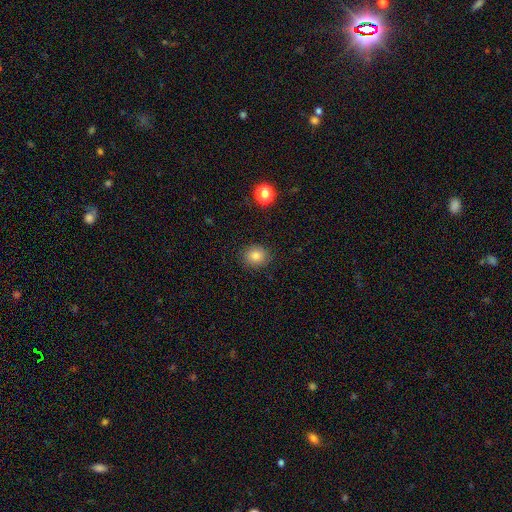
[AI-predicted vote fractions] Morphology: type=smooth (83%); roundness=round (80%); merging=none (89%).